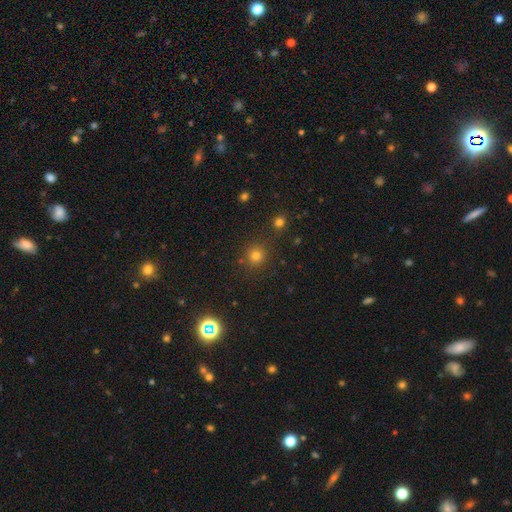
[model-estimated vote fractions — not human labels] This appears to be a smooth galaxy with no disk features (75%) that is round (93%). Merging: none (86%).